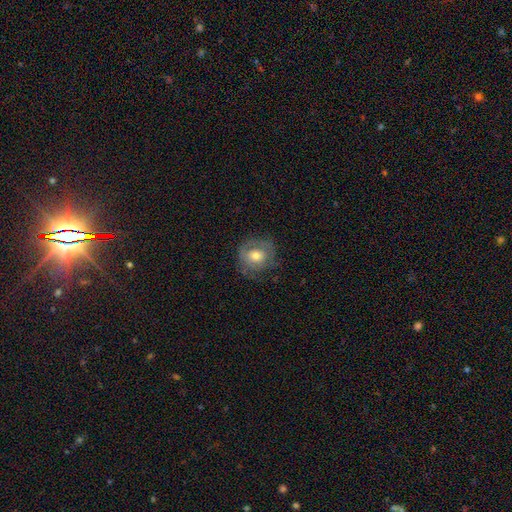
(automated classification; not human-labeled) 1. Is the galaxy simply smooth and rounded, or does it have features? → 47% featured or disk, 44% smooth, 9% star or artifact.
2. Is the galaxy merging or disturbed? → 69% none, 20% minor disturbance, 10% major disturbance, 1% merger.